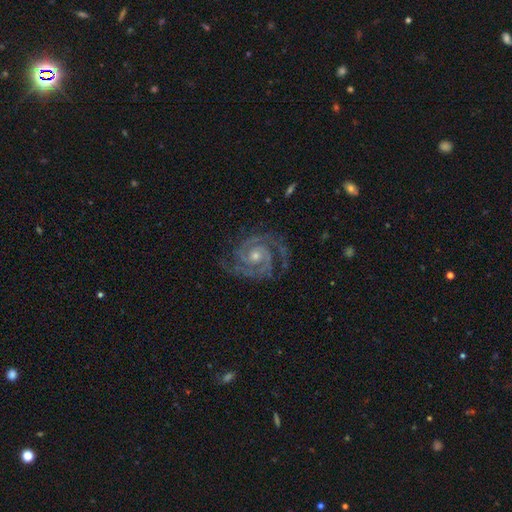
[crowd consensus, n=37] This is clearly a featured or disk galaxy (92%). It is clearly not viewed edge-on (100%). Bar: possibly no (56%). Spiral arm pattern: clearly yes (97%). Spiral arm count: clearly 2 (85%). Spiral winding: likely tight (73%). Central bulge: likely moderate (62%). Merging: clearly none (91%).